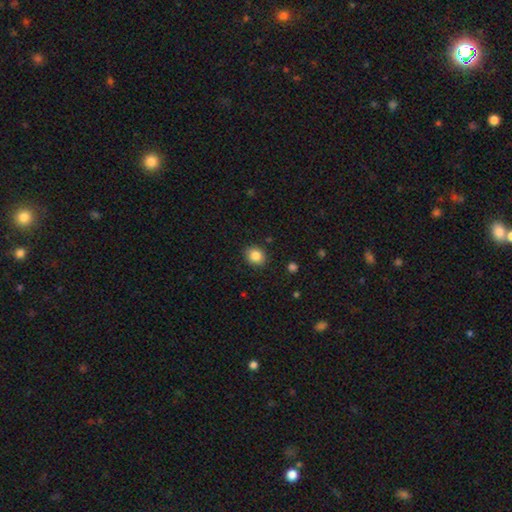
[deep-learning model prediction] Smooth or featured? Predicted: smooth (p=0.85). How rounded? Predicted: round (p=0.69). Merging? Predicted: none (p=0.89).